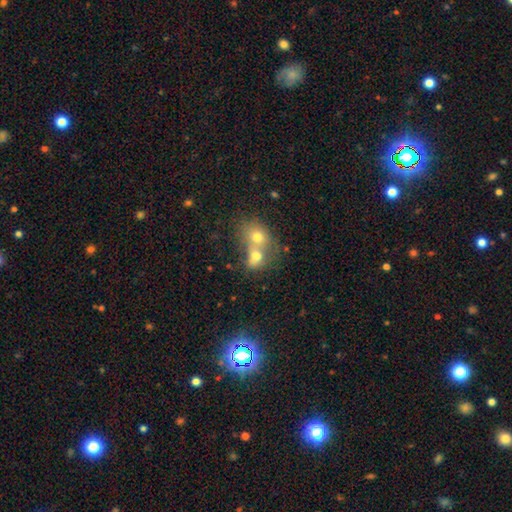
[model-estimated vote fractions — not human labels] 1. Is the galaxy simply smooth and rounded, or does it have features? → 55% smooth, 29% star or artifact, 16% featured or disk.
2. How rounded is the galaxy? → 66% round, 32% in between, 3% cigar-shaped.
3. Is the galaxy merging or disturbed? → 51% merger, 38% none, 7% minor disturbance, 4% major disturbance.